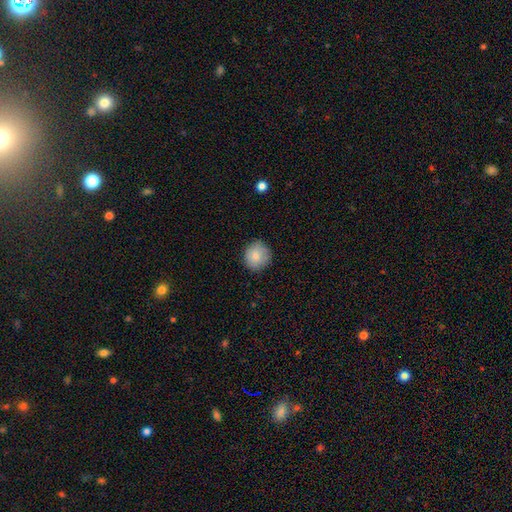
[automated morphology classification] smooth-or-featured: smooth: 83% | featured or disk: 9% | star or artifact: 8%
  how-rounded: round: 90% | in between: 9% | cigar-shaped: 1%
  merging: none: 83% | minor disturbance: 13% | major disturbance: 3% | merger: 1%